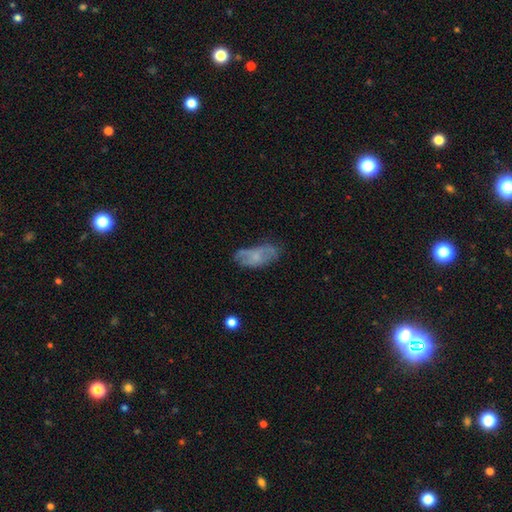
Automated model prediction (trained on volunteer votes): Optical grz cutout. It shows a smooth galaxy with no disk features (53%) that is in between round and cigar-shaped (85%). Merging: none (53%).